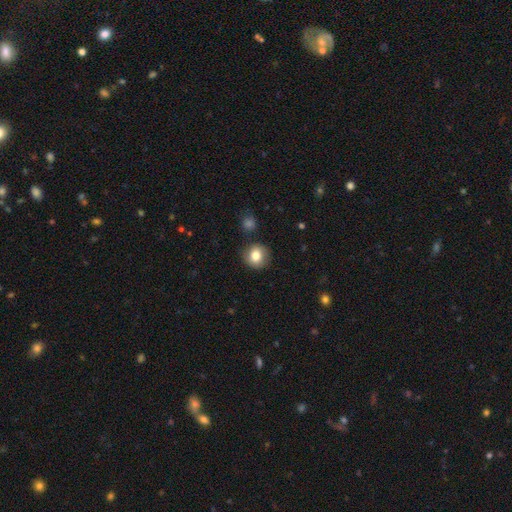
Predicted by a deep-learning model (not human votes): Morphology: type=smooth (81%); roundness=round (89%); merging=none (84%).